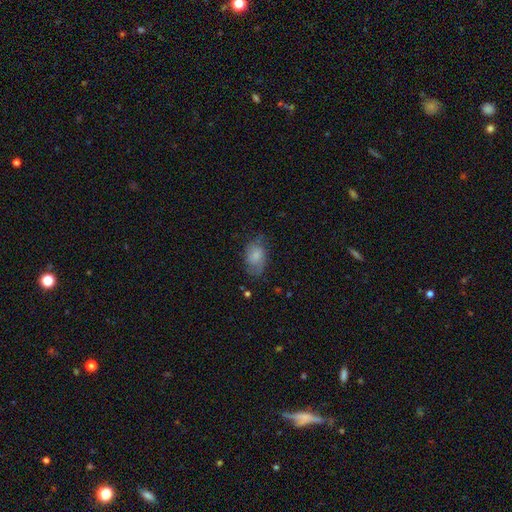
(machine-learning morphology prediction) type=smooth (58%); roundness=in between (87%); merging=none (59%).